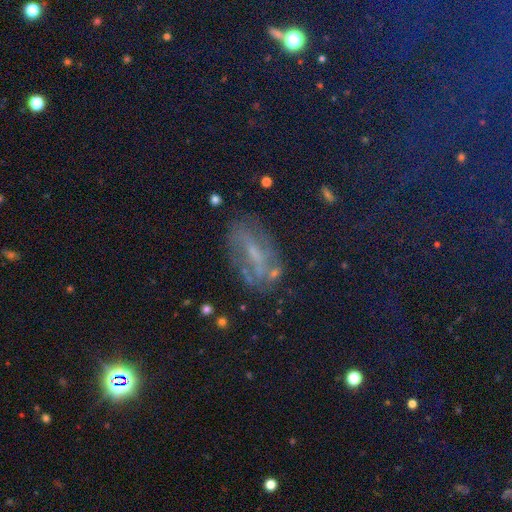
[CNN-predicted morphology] type=star or artifact (43%).